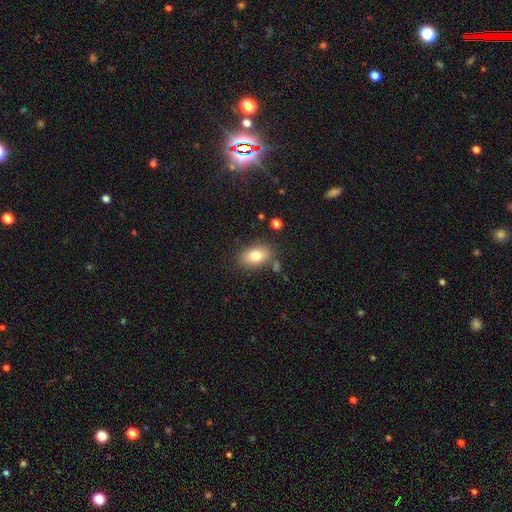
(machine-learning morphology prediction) type=smooth (80%); roundness=in between (87%); merging=none (79%).